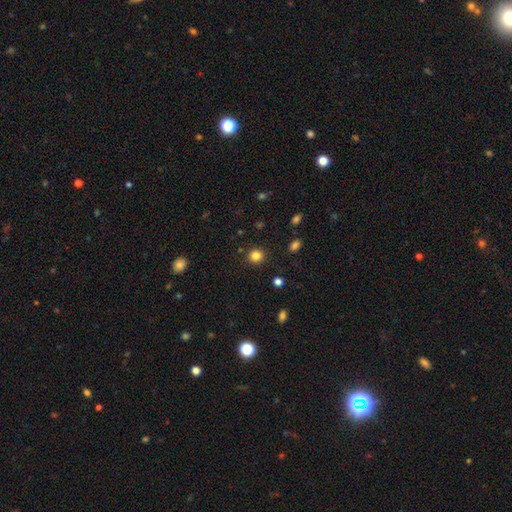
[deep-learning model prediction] Overall: smooth (84%). How rounded: round (88%). Merging: none (90%).